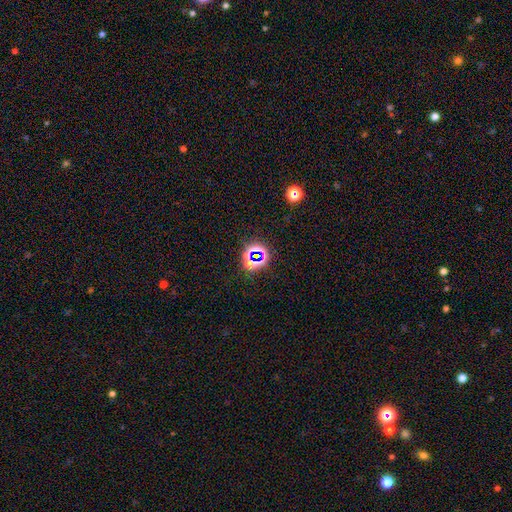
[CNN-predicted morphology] Smooth or featured: star or artifact — 66% (smooth — 23%)